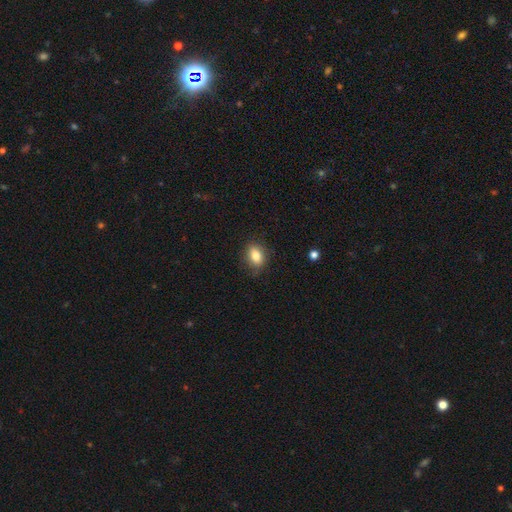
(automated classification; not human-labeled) Morphology: type=smooth (83%); roundness=in between (73%); merging=none (82%).